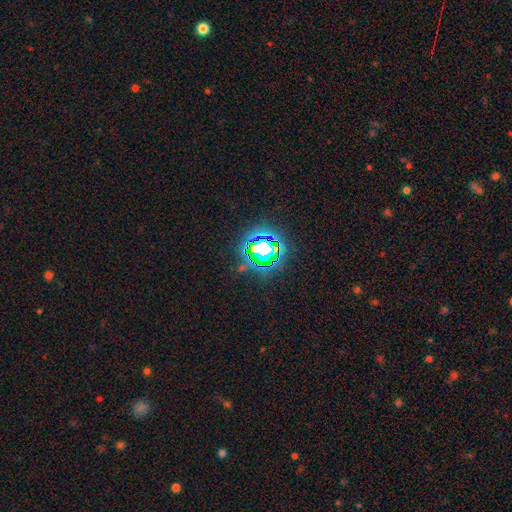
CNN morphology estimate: type=star or artifact (79%).